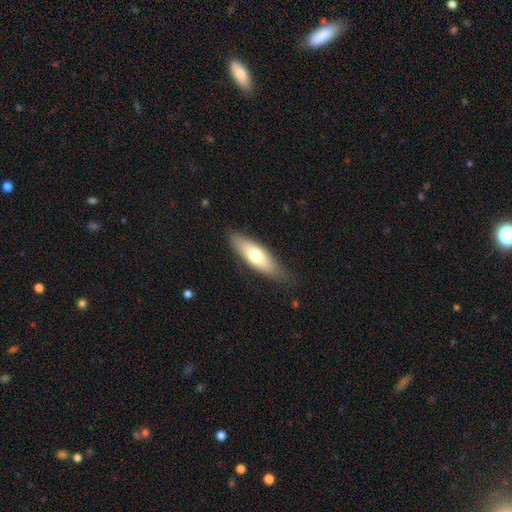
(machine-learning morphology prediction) This is likely a smooth galaxy (66%). How rounded: possibly in between (56%). Merging: clearly none (81%).